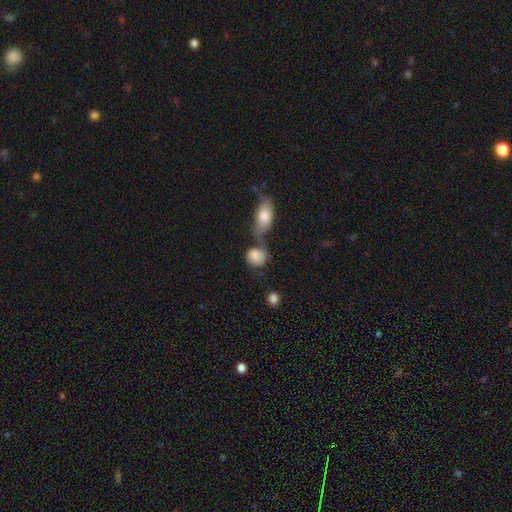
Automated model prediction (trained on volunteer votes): smooth-or-featured: smooth: 82% | featured or disk: 10% | star or artifact: 8%
  how-rounded: round: 68% | in between: 30% | cigar-shaped: 2%
  merging: none: 42% | merger: 33% | minor disturbance: 17% | major disturbance: 8%